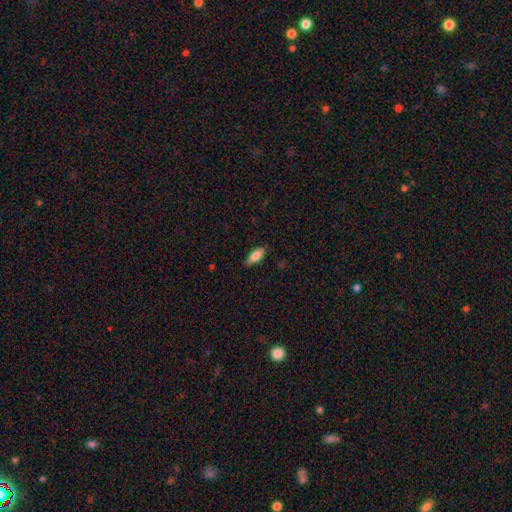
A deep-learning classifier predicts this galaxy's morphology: The model was most divided on "how rounded": in between: 81%, cigar-shaped: 16%, round: 2%. More confident: merging — none (84%); smooth or featured — smooth (82%).